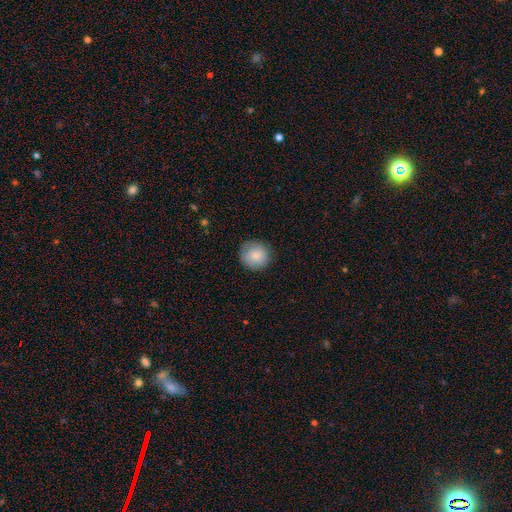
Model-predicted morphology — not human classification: This appears to be a smooth galaxy with no disk features (84%) that is round (90%). Merging: none (86%).